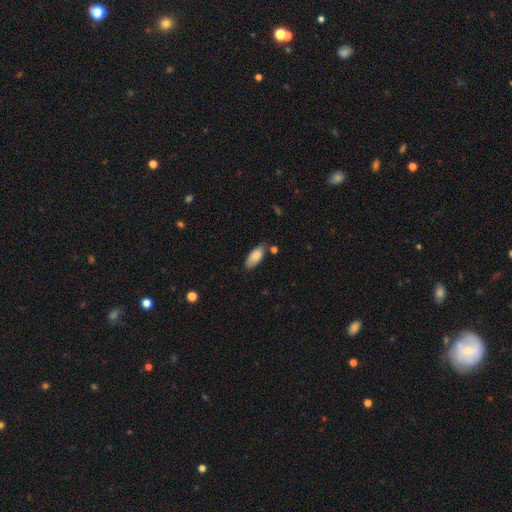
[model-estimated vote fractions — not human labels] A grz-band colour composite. It shows a smooth galaxy with no disk features (82%) that is in between round and cigar-shaped (89%). Merging: none (73%).